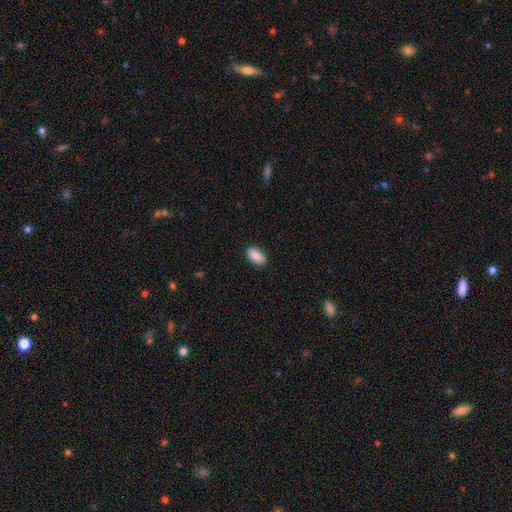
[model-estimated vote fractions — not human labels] smooth_or_featured: smooth (p=0.90) [alt: star or artifact p=0.07]
how_rounded: in between (p=0.94) [alt: round p=0.03]
merging: none (p=0.89) [alt: minor disturbance p=0.08]